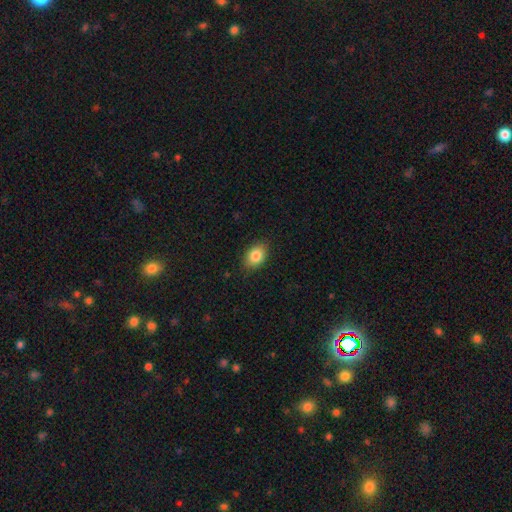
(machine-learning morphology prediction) type=smooth (84%); roundness=in between (83%); merging=none (85%).